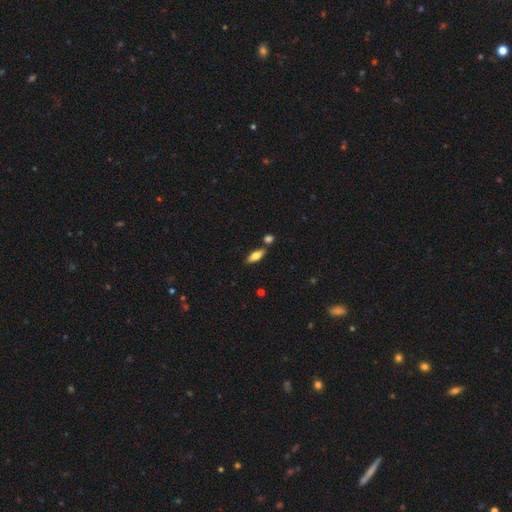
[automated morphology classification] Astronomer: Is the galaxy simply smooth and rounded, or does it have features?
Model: smooth — 72%.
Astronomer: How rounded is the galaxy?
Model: in between — 66%.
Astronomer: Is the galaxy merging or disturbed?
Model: none — 75%.